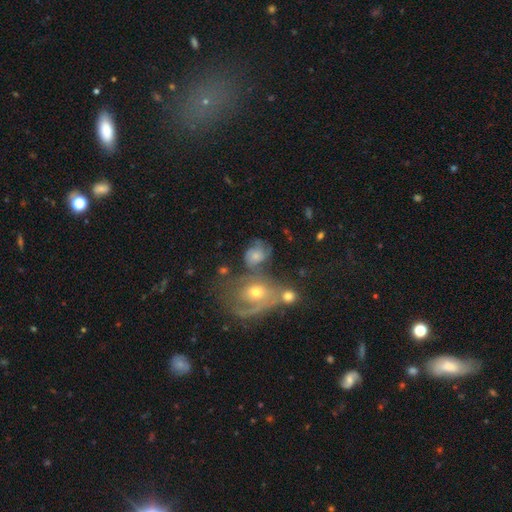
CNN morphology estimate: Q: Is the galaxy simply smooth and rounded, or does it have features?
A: featured or disk — 47%.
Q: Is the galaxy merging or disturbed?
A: none — 36%.